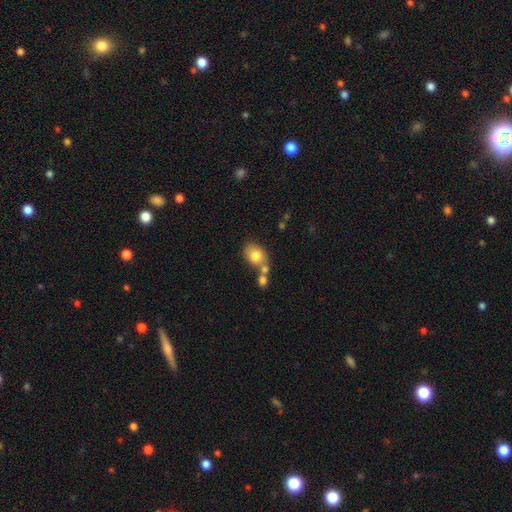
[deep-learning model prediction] smooth_or_featured: smooth (p=0.78) [alt: featured or disk p=0.14]
how_rounded: in between (p=0.58) [alt: round p=0.41]
merging: none (p=0.46) [alt: merger p=0.36]